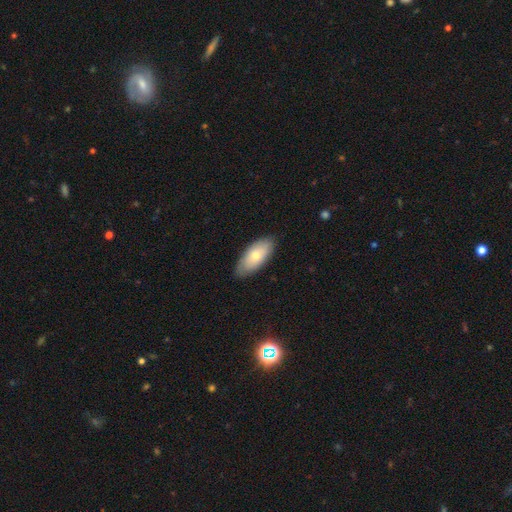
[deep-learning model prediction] smooth 66%, featured or disk 26%, star or artifact 8%. Down the decision tree: how rounded — in between (87%); merging — none (86%).